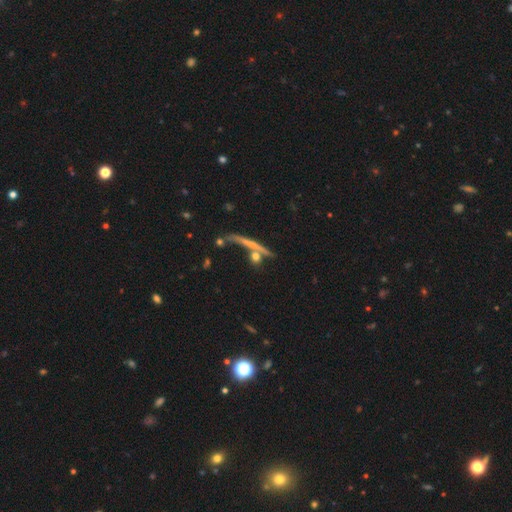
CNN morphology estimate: Overall: featured or disk (39%; star or artifact 35%). Merging: none (36%; merger 34%).